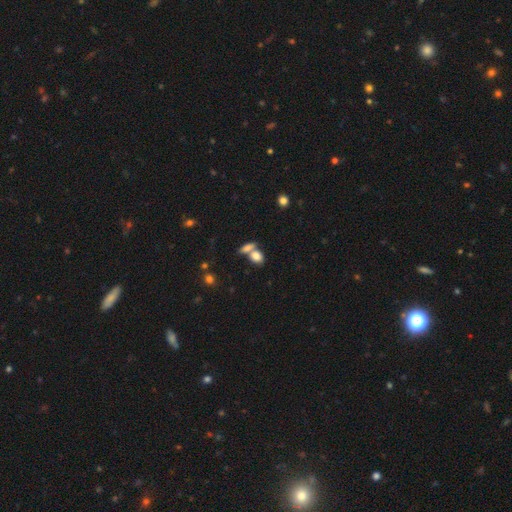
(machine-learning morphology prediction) smooth_or_featured: smooth (p=0.81) [alt: star or artifact p=0.10]
how_rounded: in between (p=0.67) [alt: round p=0.28]
merging: merger (p=0.47) [alt: none p=0.40]